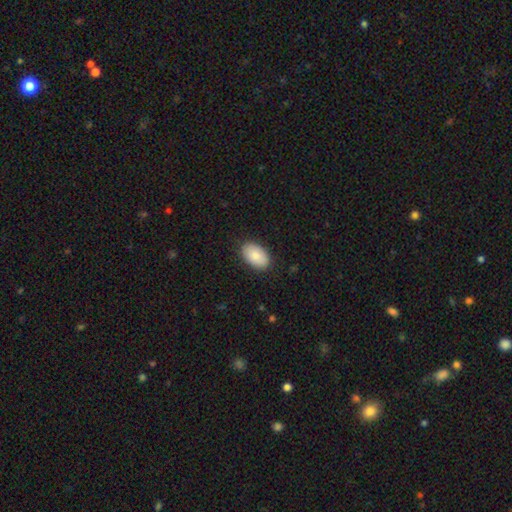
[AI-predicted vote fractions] Q: Smooth or featured?
A: smooth (86%); runner-up: featured or disk (8%)
Q: How rounded?
A: in between (93%); runner-up: round (6%)
Q: Merging?
A: none (87%); runner-up: minor disturbance (10%)